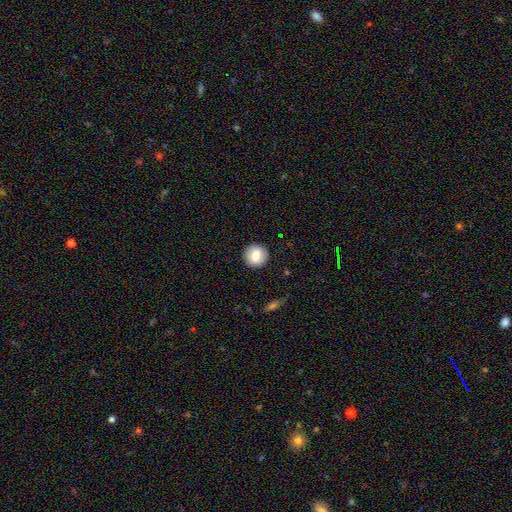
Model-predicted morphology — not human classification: A smooth galaxy with no disk features (77%) that is round (93%).

Vote fractions:
- Smooth or featured? smooth: 77% / featured or disk: 15% / star or artifact: 8%
- How rounded? round: 93% / in between: 6% / cigar-shaped: 1%
- Merging? none: 90% / minor disturbance: 6% / major disturbance: 2% / merger: 1%